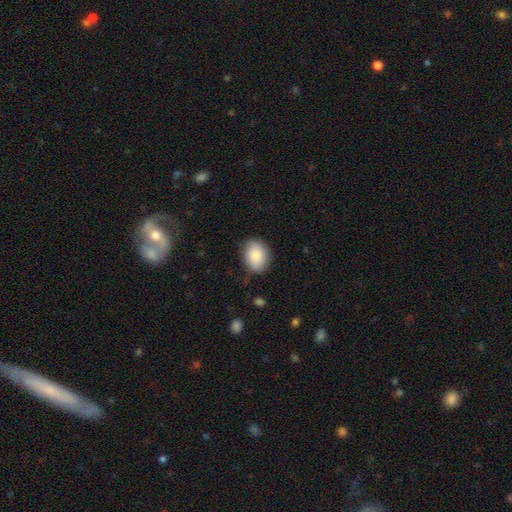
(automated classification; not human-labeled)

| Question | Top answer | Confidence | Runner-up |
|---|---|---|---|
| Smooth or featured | smooth | 83% | featured or disk (10%) |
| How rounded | in between | 57% | round (42%) |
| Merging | none | 79% | minor disturbance (16%) |